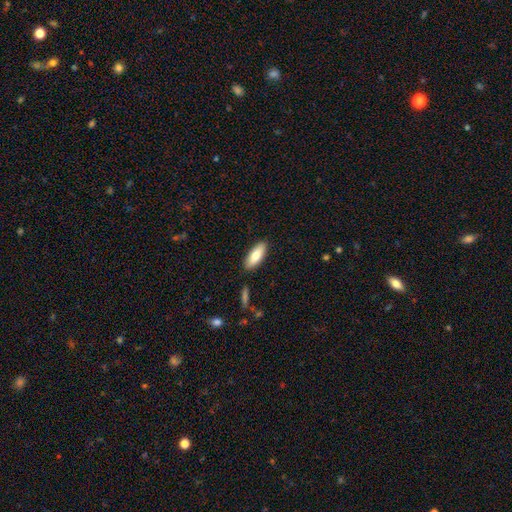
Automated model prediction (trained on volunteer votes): The model was most divided on "how rounded": in between: 75%, cigar-shaped: 23%, round: 2%. More confident: merging — none (87%); smooth or featured — smooth (78%).